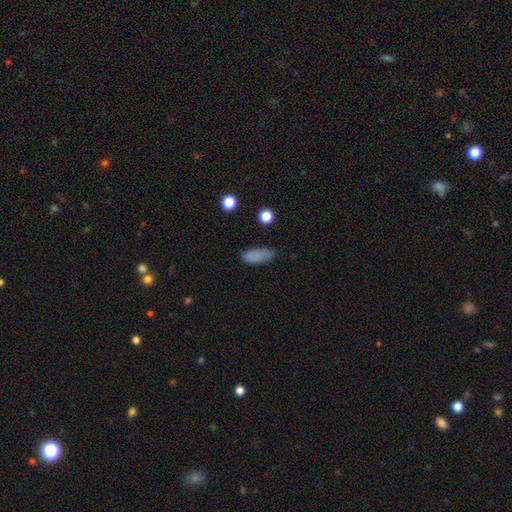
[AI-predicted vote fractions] This appears to be a smooth galaxy with no disk features (82%) that is in between round and cigar-shaped (75%). Merging: none (68%).